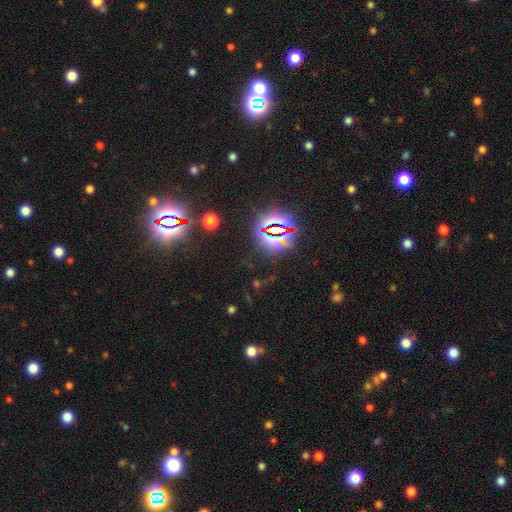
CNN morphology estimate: smooth-or-featured: star or artifact: 79% | smooth: 13% | featured or disk: 8%